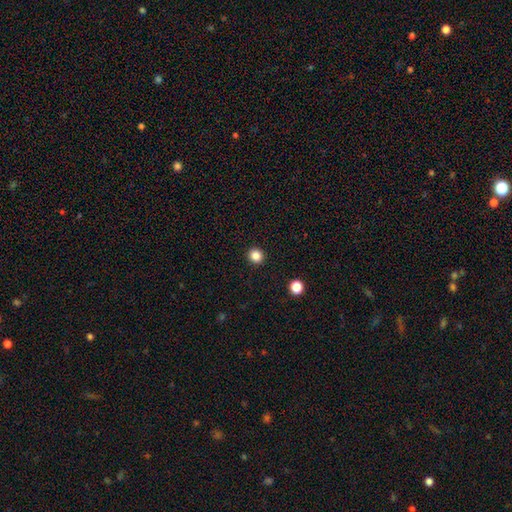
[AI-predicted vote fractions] smooth-or-featured: smooth: 85% | star or artifact: 12% | featured or disk: 3%
  how-rounded: round: 88% | in between: 11% | cigar-shaped: 1%
  merging: none: 93% | minor disturbance: 5% | major disturbance: 2% | merger: 1%